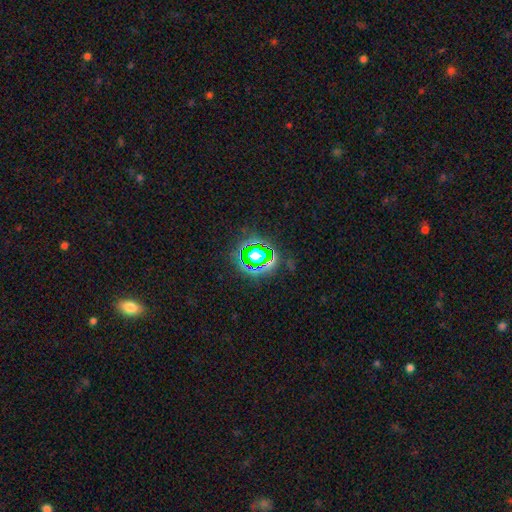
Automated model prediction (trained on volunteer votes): Smooth or featured: star or artifact — 65% (smooth — 22%)